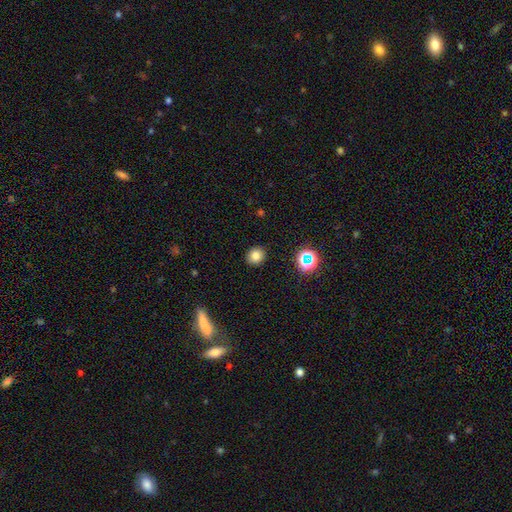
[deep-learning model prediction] A smooth galaxy with no disk features (80%) that is round (77%).

Vote fractions:
- Smooth or featured? smooth: 80% / star or artifact: 15% / featured or disk: 6%
- How rounded? round: 77% / in between: 22% / cigar-shaped: 1%
- Merging? none: 89% / minor disturbance: 7% / major disturbance: 2% / merger: 1%